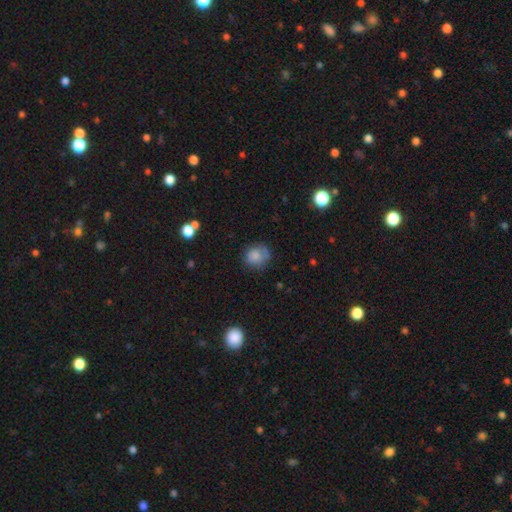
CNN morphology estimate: The model was most divided on "merging": none: 63%, minor disturbance: 25%, major disturbance: 10%, merger: 3%. More confident: smooth or featured — smooth (78%); how rounded — round (75%).